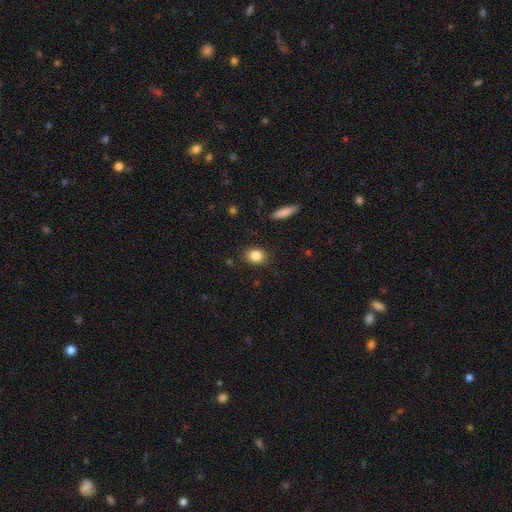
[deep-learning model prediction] A smooth galaxy with no disk features (84%) that is in between round and cigar-shaped (52%).

Vote fractions:
- Smooth or featured? smooth: 84% / star or artifact: 9% / featured or disk: 6%
- How rounded? in between: 52% / round: 46% / cigar-shaped: 2%
- Merging? none: 87% / minor disturbance: 9% / major disturbance: 2% / merger: 1%